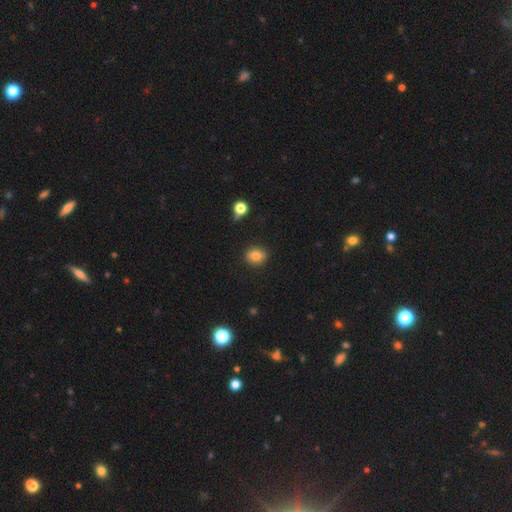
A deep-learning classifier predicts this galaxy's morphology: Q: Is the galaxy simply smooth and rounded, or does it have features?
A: smooth — 82%.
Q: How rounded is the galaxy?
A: round — 61%.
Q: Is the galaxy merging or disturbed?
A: none — 86%.